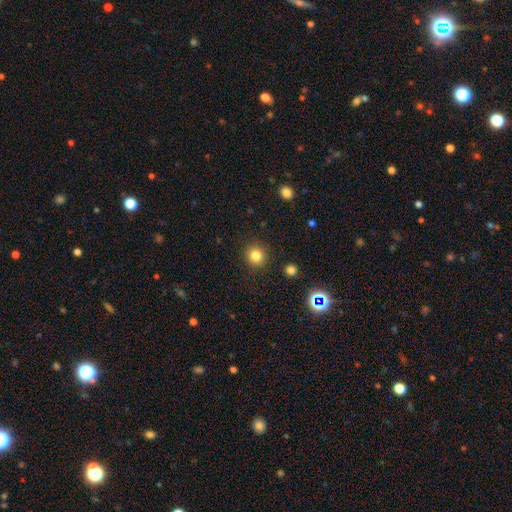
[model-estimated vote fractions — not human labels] A smooth galaxy with no disk features (82%) that is round (91%).

Vote fractions:
- Smooth or featured? smooth: 82% / star or artifact: 12% / featured or disk: 6%
- How rounded? round: 91% / in between: 8% / cigar-shaped: 1%
- Merging? none: 90% / minor disturbance: 6% / major disturbance: 2% / merger: 1%